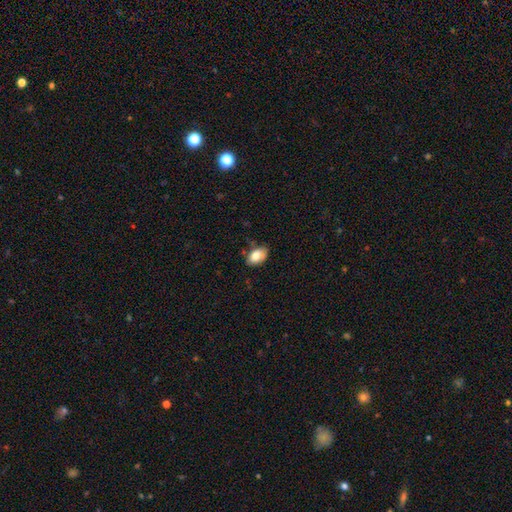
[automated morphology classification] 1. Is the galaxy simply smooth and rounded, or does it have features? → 80% smooth, 13% featured or disk, 8% star or artifact.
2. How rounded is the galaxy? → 90% in between, 9% round, 1% cigar-shaped.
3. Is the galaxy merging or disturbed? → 71% none, 23% minor disturbance, 4% major disturbance, 3% merger.